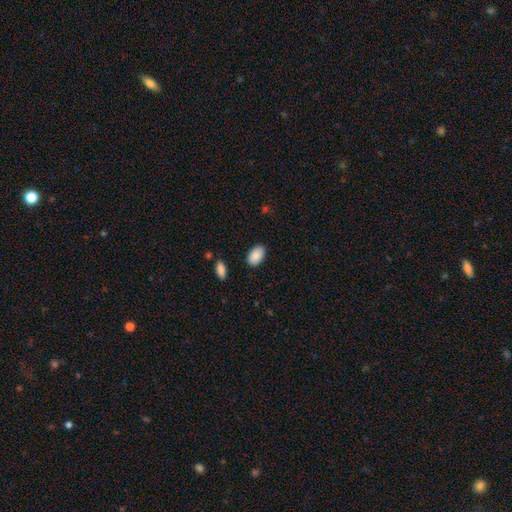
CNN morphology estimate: Smooth or featured? smooth (89%)
How rounded? in between (93%)
Merging? none (86%)